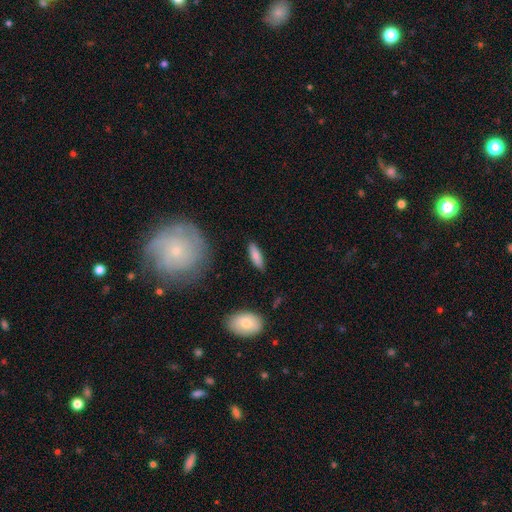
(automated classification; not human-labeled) smooth 77%, featured or disk 16%, star or artifact 7%. Down the decision tree: how rounded — in between (53%); merging — none (85%).